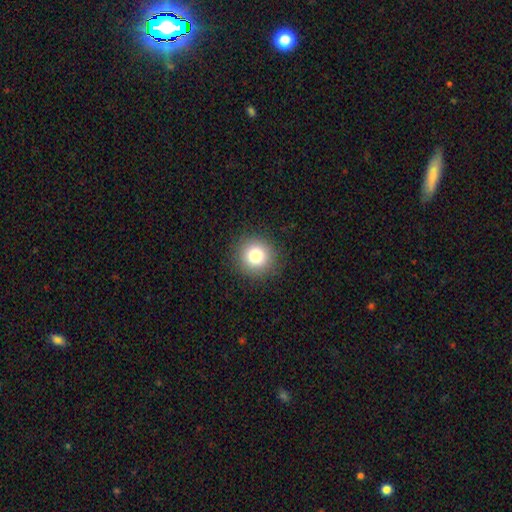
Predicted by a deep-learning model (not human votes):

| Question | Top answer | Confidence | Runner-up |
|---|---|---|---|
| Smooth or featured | smooth | 80% | star or artifact (12%) |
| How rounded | round | 91% | in between (8%) |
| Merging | none | 90% | minor disturbance (6%) |